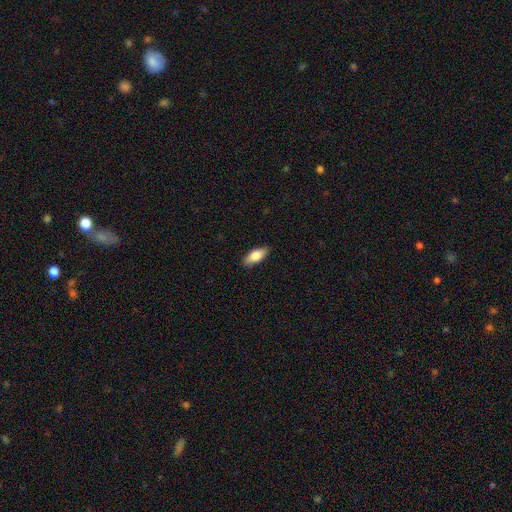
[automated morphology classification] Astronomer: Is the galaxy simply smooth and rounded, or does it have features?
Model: smooth — 78%.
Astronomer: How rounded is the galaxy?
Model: in between — 80%.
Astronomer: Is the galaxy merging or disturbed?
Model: none — 87%.